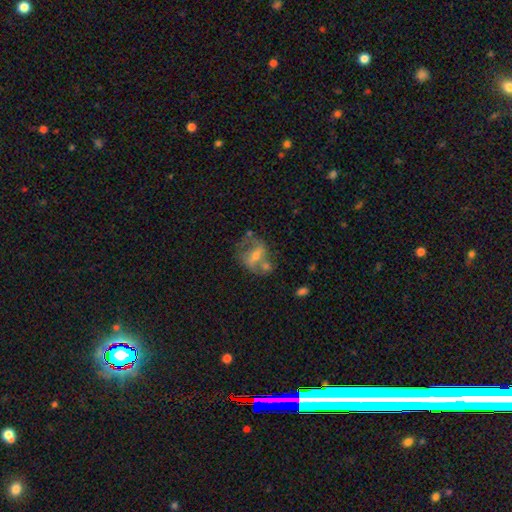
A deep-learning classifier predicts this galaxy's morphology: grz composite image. It shows a featured or disk galaxy (61%) with a strong bar (37%), spiral arms (56%) and a moderate central bulge (50%). Merging: none (44%).